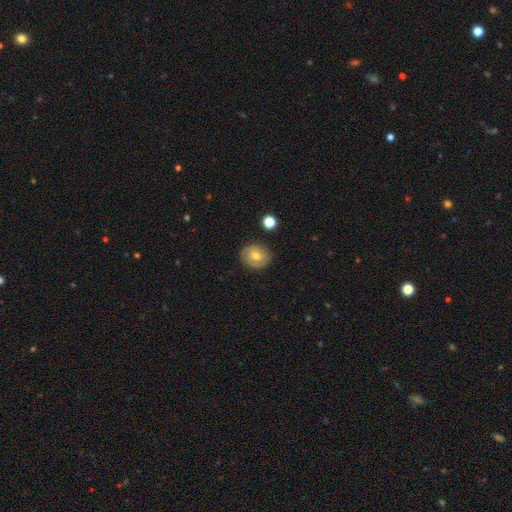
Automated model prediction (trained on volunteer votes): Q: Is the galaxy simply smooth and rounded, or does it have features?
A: featured or disk — 55%.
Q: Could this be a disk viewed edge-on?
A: no — 97%.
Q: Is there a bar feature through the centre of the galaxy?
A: no — 50%.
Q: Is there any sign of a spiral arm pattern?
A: yes — 82%.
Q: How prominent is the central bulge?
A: moderate — 63%.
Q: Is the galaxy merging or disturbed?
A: none — 82%.